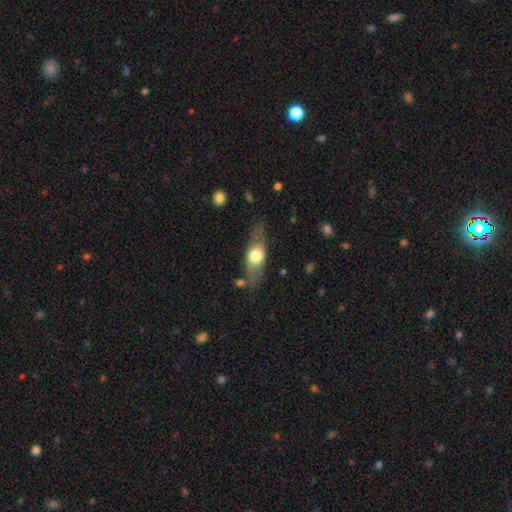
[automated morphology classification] The model was most divided on "smooth or featured": smooth: 56%, featured or disk: 38%, star or artifact: 6%. More confident: merging — none (71%); how rounded — in between (66%).